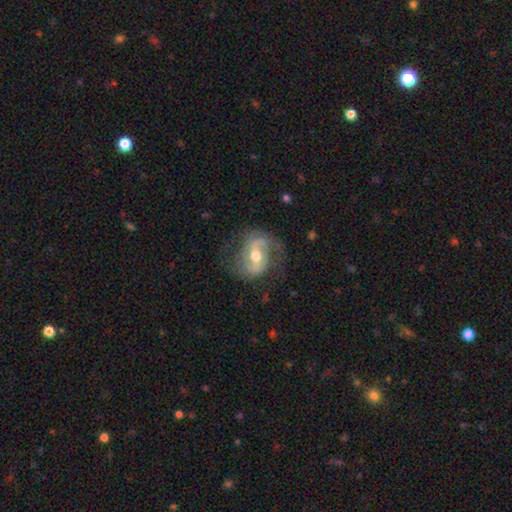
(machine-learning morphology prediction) Smooth or featured?
  - featured or disk: 81% *
  - smooth: 14%
  - star or artifact: 6%
Edge-on disk?
  - no: 96% *
  - yes: 4%
Bar?
  - weak: 41% *
  - strong: 34%
  - no: 24%
Spiral arms?
  - yes: 89% *
  - no: 11%
Spiral winding?
  - medium: 46% *
  - loose: 29%
  - tight: 25%
Spiral arm count?
  - 2: 81% *
  - can't tell: 8%
  - 1: 7%
  - 3: 2%
  - 4: 1%
  - more than 4: 1%
Bulge size?
  - moderate: 75% *
  - small: 15%
  - large: 8%
  - dominant: 1%
  - none: 1%
Merging?
  - none: 67% *
  - minor disturbance: 19%
  - major disturbance: 13%
  - merger: 1%